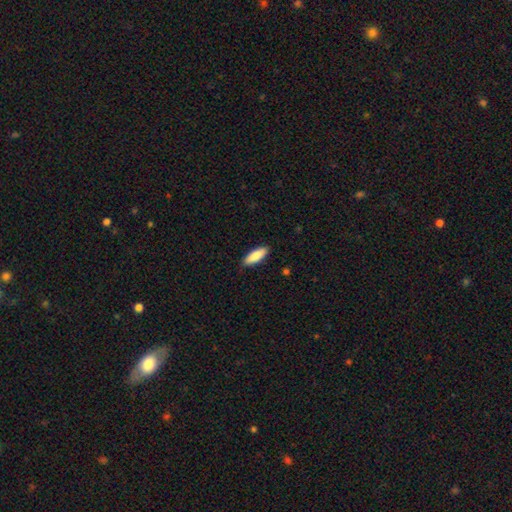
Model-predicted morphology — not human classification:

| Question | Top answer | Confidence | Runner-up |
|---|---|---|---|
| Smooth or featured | smooth | 85% | featured or disk (9%) |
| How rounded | in between | 61% | cigar-shaped (37%) |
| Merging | none | 87% | minor disturbance (11%) |